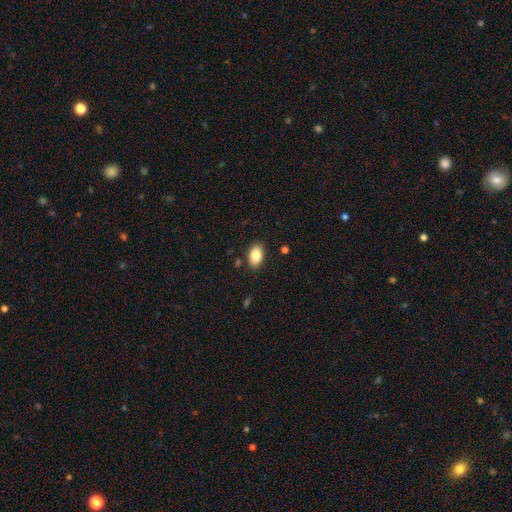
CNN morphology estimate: type=smooth (85%); roundness=in between (90%); merging=none (85%).